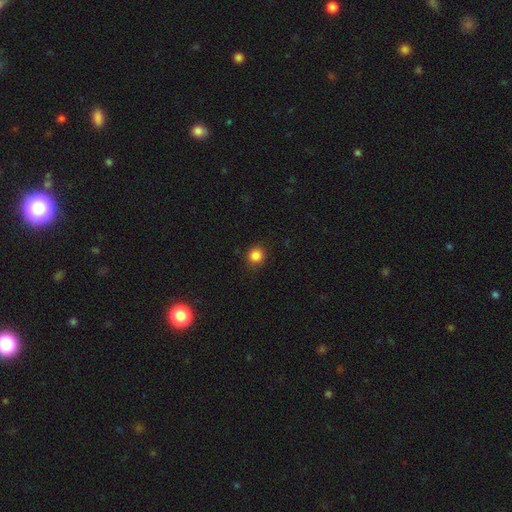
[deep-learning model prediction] A smooth galaxy with no disk features (85%) that is round (89%).

Vote fractions:
- Smooth or featured? smooth: 85% / star or artifact: 11% / featured or disk: 3%
- How rounded? round: 89% / in between: 10% / cigar-shaped: 1%
- Merging? none: 88% / minor disturbance: 9% / major disturbance: 2% / merger: 1%